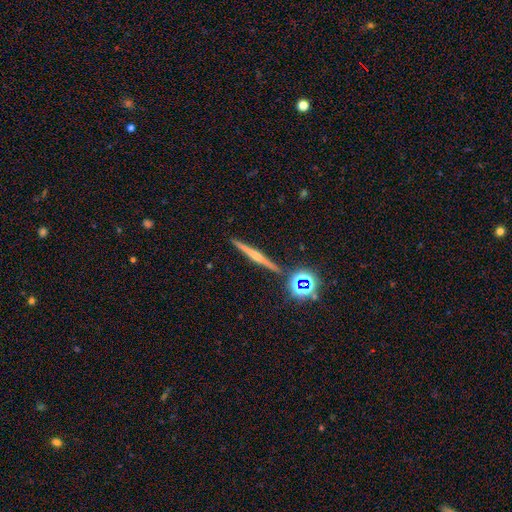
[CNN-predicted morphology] A featured or disk galaxy (64%) viewed edge-on (98%) with a rounded central bulge (79%). Merging: none (90%).